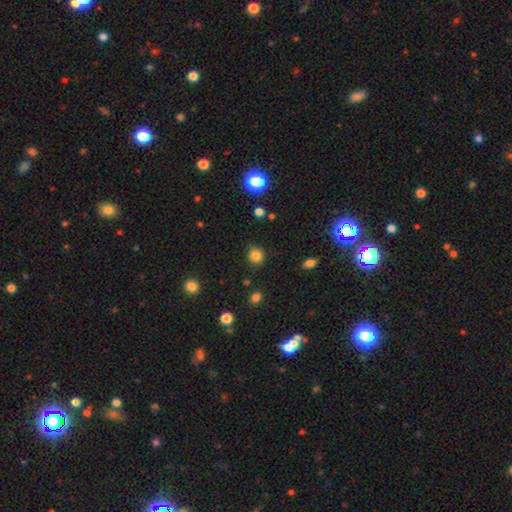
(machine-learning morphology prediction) type=smooth (83%); roundness=round (88%); merging=none (86%).